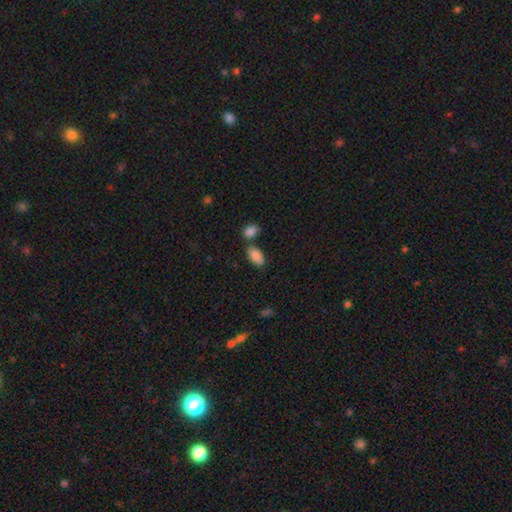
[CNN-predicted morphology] smooth_or_featured: smooth (p=0.87) [alt: star or artifact p=0.07]
how_rounded: in between (p=0.94) [alt: round p=0.03]
merging: none (p=0.66) [alt: merger p=0.19]